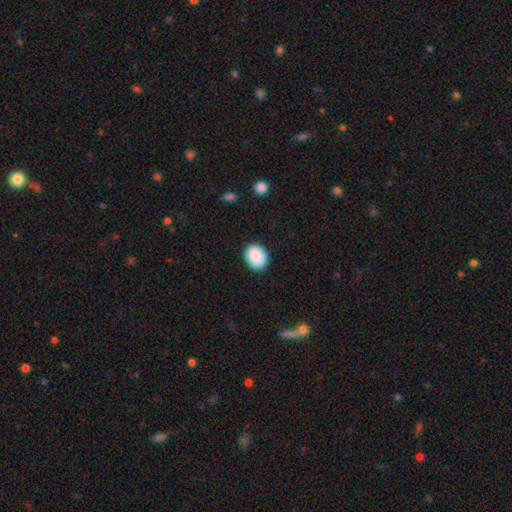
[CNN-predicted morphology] type=smooth (85%); roundness=in between (52%); merging=none (86%).